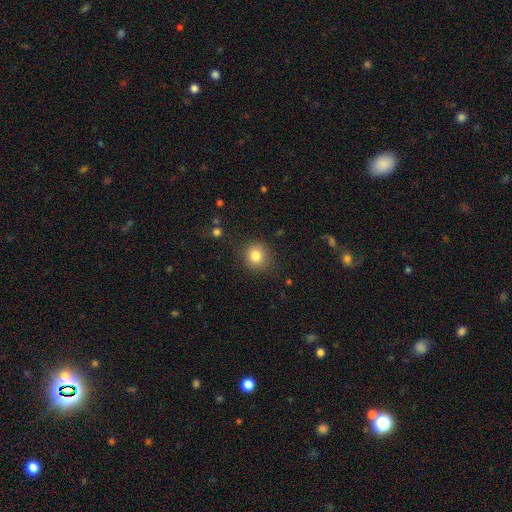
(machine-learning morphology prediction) Smooth or featured? Predicted: smooth (p=0.82). How rounded? Predicted: round (p=0.86). Merging? Predicted: none (p=0.85).